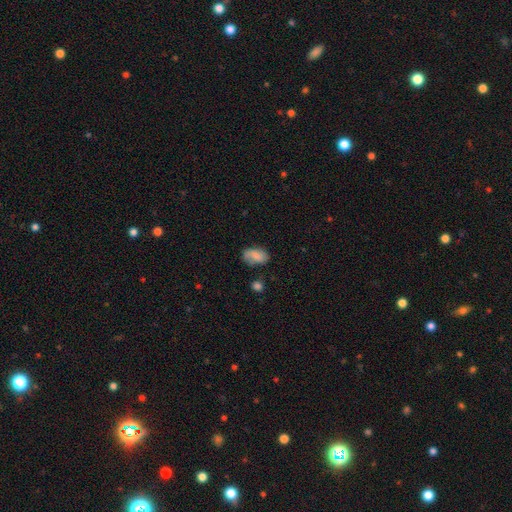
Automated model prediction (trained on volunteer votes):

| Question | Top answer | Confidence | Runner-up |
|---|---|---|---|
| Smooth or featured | smooth | 70% | featured or disk (21%) |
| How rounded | in between | 89% | round (9%) |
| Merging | none | 57% | minor disturbance (28%) |